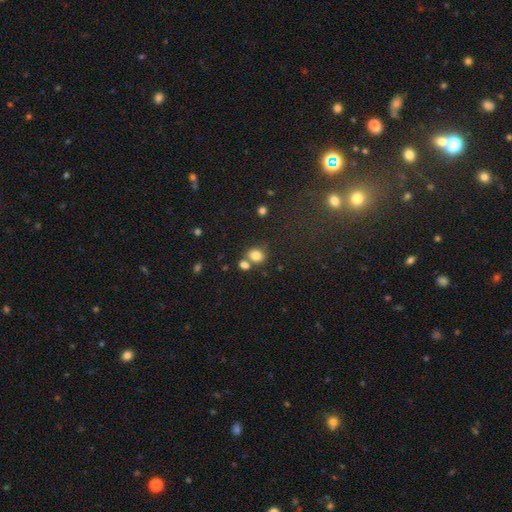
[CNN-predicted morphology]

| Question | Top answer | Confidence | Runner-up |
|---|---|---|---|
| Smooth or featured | smooth | 81% | star or artifact (12%) |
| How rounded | round | 58% | in between (41%) |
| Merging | none | 56% | merger (28%) |